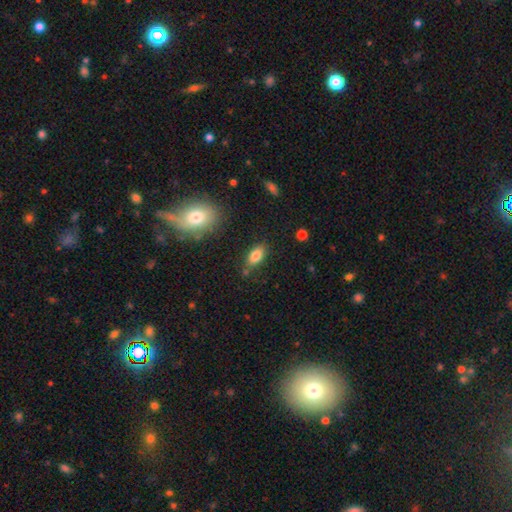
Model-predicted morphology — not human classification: The model was most divided on "merging": none: 77%, minor disturbance: 14%, merger: 5%, major disturbance: 4%. More confident: how rounded — in between (87%); smooth or featured — smooth (82%).